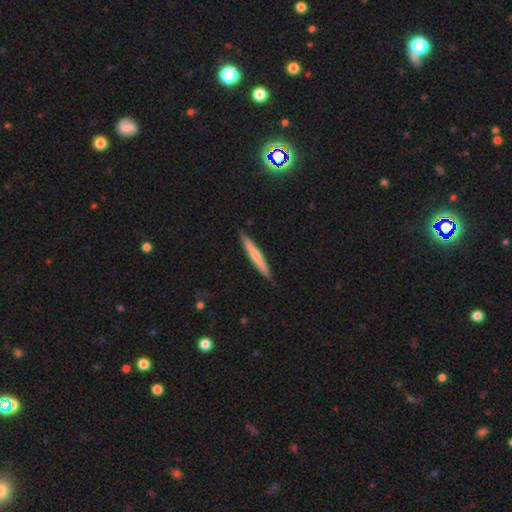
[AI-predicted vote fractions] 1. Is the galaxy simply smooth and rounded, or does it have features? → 64% smooth, 31% featured or disk, 5% star or artifact.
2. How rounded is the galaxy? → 96% cigar-shaped, 3% in between, 1% round.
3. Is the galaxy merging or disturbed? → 90% none, 8% minor disturbance, 1% major disturbance, 1% merger.